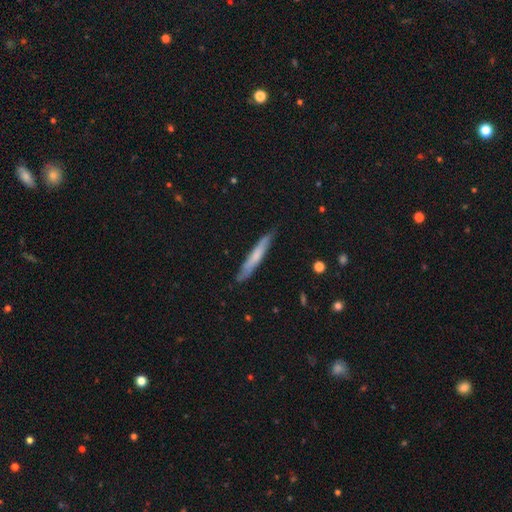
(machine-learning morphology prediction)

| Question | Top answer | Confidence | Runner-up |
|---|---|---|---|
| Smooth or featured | smooth | 59% | featured or disk (35%) |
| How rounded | cigar-shaped | 95% | in between (4%) |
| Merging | none | 84% | minor disturbance (13%) |